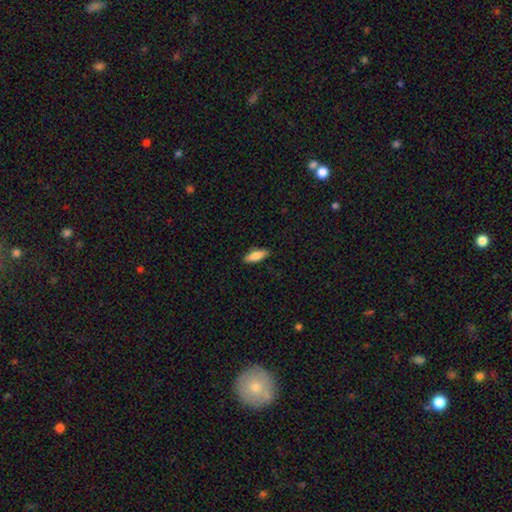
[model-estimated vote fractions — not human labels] smooth-or-featured: smooth: 81% | featured or disk: 13% | star or artifact: 6%
  how-rounded: in between: 61% | cigar-shaped: 37% | round: 2%
  merging: none: 87% | minor disturbance: 10% | major disturbance: 2% | merger: 1%